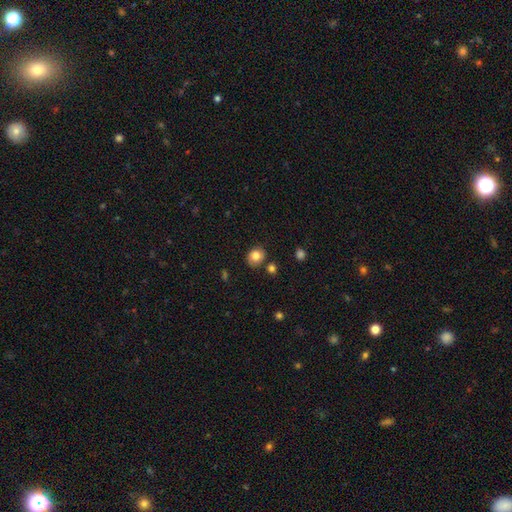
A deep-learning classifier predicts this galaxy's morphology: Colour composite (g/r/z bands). It shows a smooth galaxy with no disk features (81%) that is round (66%). Merging: none (79%).